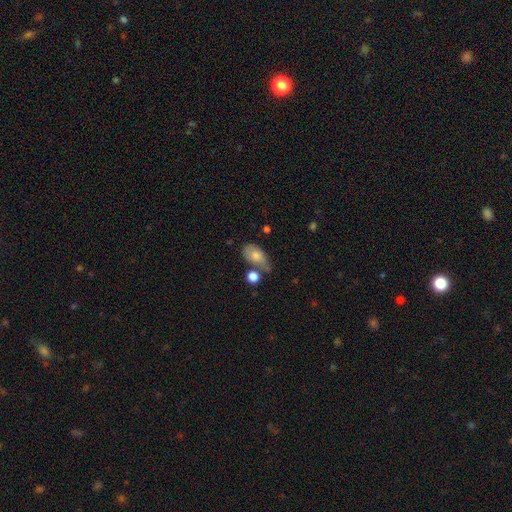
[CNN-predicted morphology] smooth 74%, featured or disk 19%, star or artifact 8%. Down the decision tree: how rounded — in between (86%); merging — none (35%).